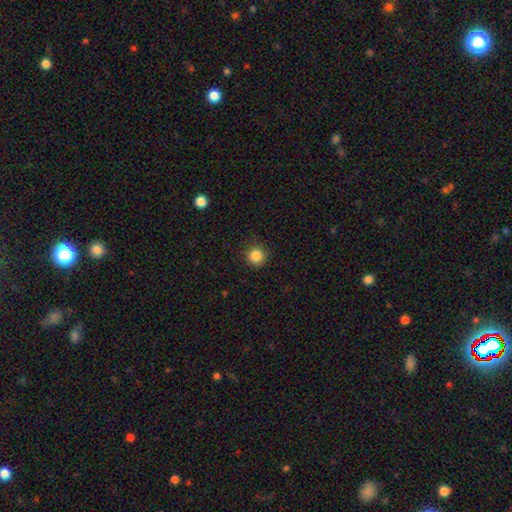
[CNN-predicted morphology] type=smooth (85%); roundness=round (95%); merging=none (90%).